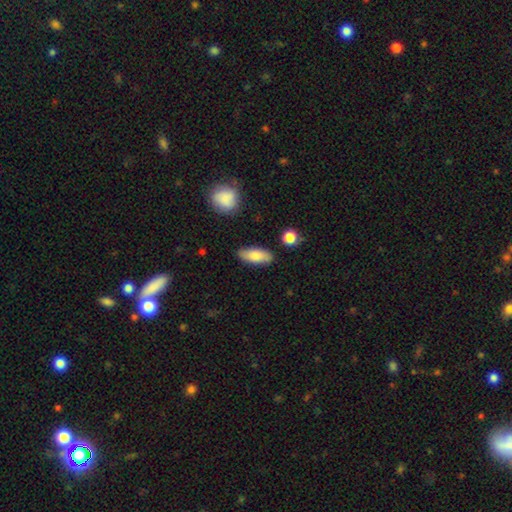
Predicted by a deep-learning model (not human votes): The model was most divided on "how rounded": in between: 79%, cigar-shaped: 18%, round: 3%. More confident: merging — none (84%); smooth or featured — smooth (80%).